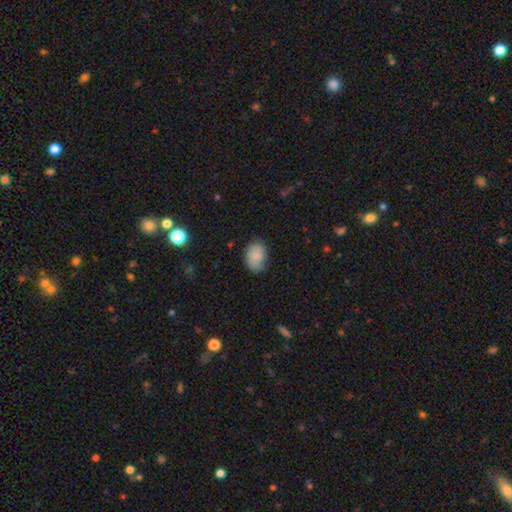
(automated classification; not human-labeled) Smooth or featured: smooth — 81% (featured or disk — 11%)
How rounded: in between — 75% (round — 24%)
Merging: none — 67% (minor disturbance — 25%)